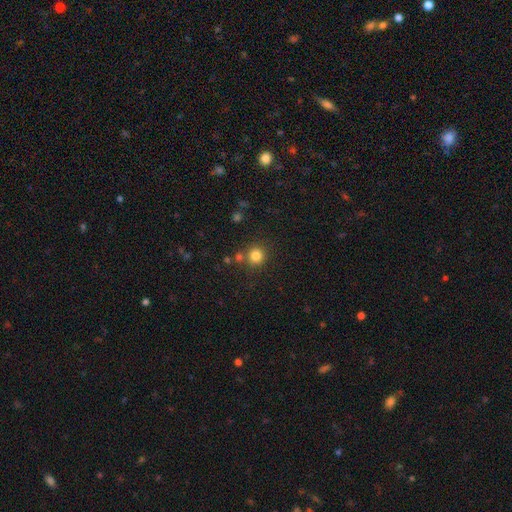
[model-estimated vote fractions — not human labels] A smooth galaxy with no disk features (81%) that is round (93%).

Vote fractions:
- Smooth or featured? smooth: 81% / star or artifact: 13% / featured or disk: 6%
- How rounded? round: 93% / in between: 6% / cigar-shaped: 1%
- Merging? none: 78% / merger: 11% / minor disturbance: 8% / major disturbance: 3%